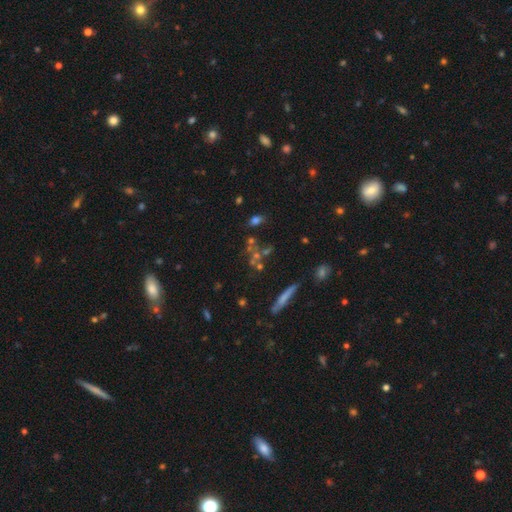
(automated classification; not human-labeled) Smooth or featured: smooth — 37% (star or artifact — 35%)
Merging: none — 60% (merger — 20%)